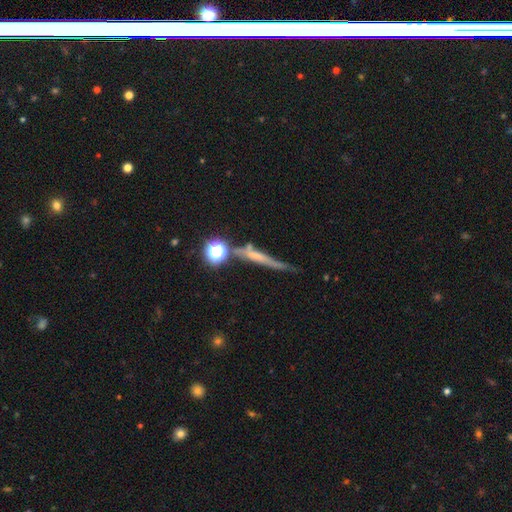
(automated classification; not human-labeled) Smooth or featured? featured or disk (43%)
Merging? none (55%)